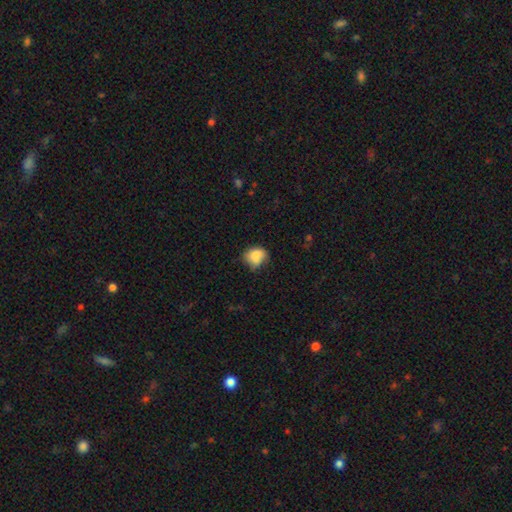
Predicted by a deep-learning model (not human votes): Smooth or featured? Predicted: smooth (p=0.82). How rounded? Predicted: round (p=0.58). Merging? Predicted: none (p=0.53).